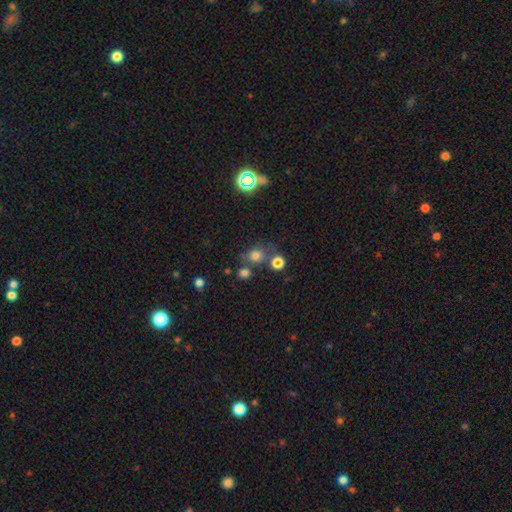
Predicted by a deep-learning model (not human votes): Smooth or featured?
  - smooth: 71% *
  - star or artifact: 20%
  - featured or disk: 9%
How rounded?
  - round: 76% *
  - in between: 23%
  - cigar-shaped: 1%
Merging?
  - none: 60% *
  - merger: 21%
  - minor disturbance: 13%
  - major disturbance: 6%